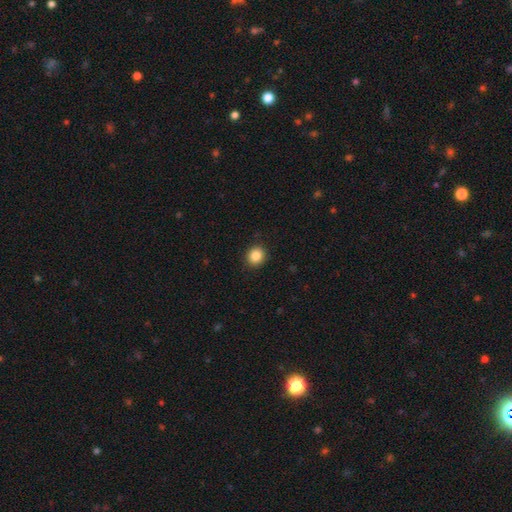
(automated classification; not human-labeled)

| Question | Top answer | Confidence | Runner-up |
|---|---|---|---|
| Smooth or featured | smooth | 85% | star or artifact (10%) |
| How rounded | round | 87% | in between (12%) |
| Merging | none | 91% | minor disturbance (6%) |